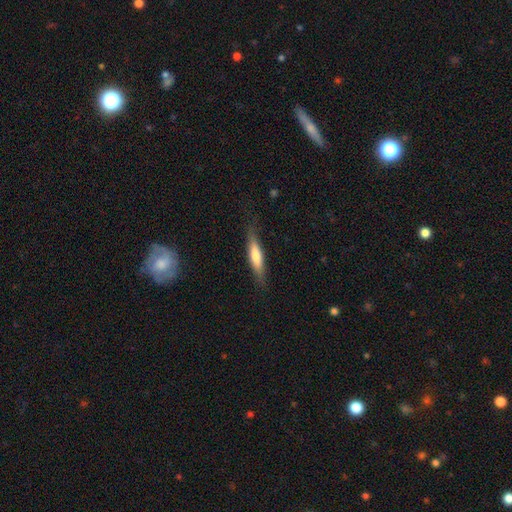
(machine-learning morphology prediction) smooth_or_featured: smooth (p=0.65) [alt: featured or disk p=0.29]
how_rounded: cigar-shaped (p=0.77) [alt: in between p=0.21]
merging: none (p=0.80) [alt: minor disturbance p=0.15]